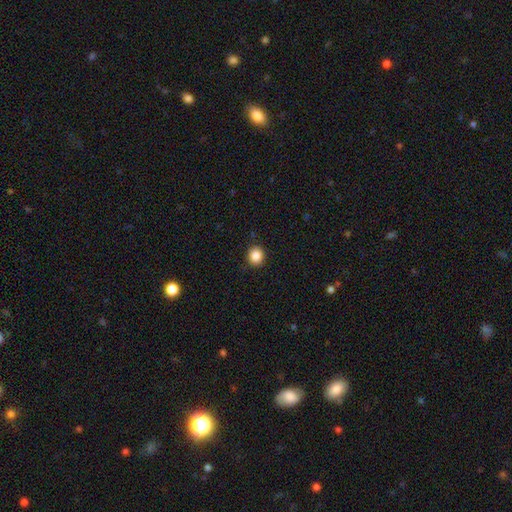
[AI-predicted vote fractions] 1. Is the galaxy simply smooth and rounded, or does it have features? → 87% smooth, 10% star or artifact, 3% featured or disk.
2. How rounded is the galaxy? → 80% round, 19% in between, 1% cigar-shaped.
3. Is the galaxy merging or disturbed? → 90% none, 7% minor disturbance, 2% major disturbance, 1% merger.